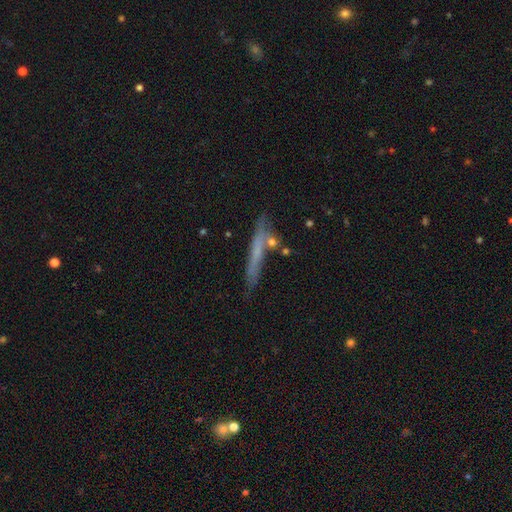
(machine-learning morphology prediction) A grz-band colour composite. It shows a smooth galaxy with no disk features (53%) that is cigar-shaped (93%). Merging: none (74%).